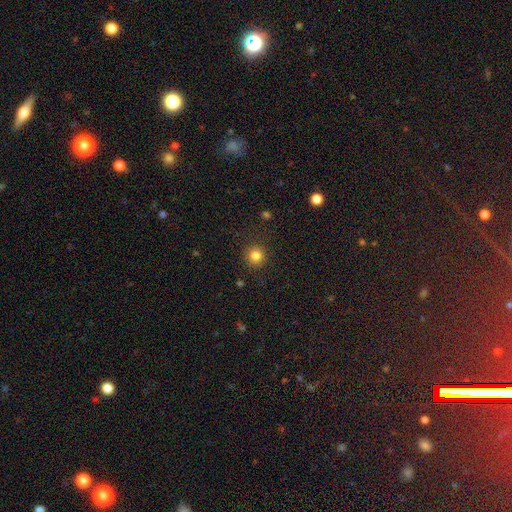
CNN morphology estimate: This is clearly a smooth galaxy (83%). How rounded: clearly round (93%). Merging: clearly none (90%).